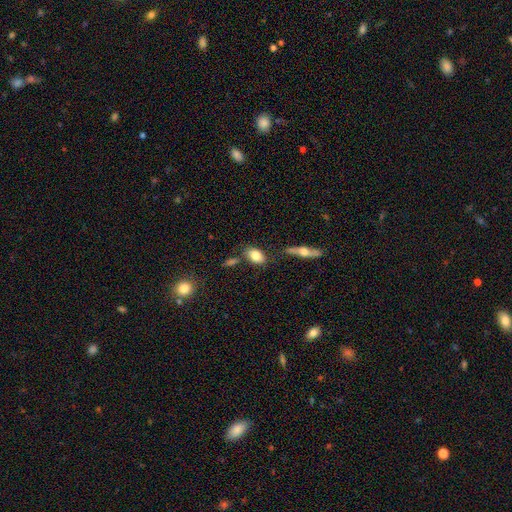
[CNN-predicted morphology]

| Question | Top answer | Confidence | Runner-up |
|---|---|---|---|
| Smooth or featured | smooth | 80% | featured or disk (13%) |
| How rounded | in between | 86% | round (11%) |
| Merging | none | 73% | minor disturbance (14%) |